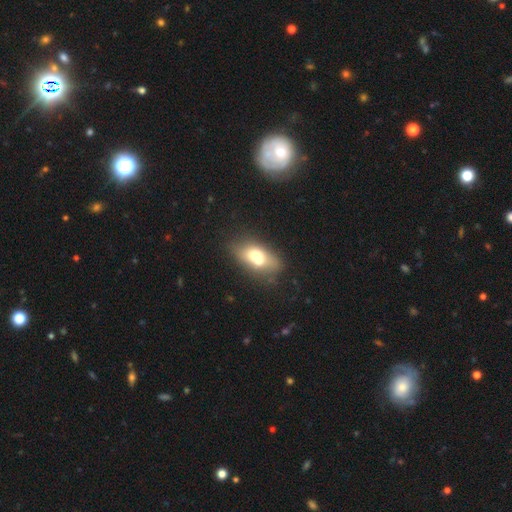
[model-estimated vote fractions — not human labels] Q: Smooth or featured?
A: smooth (62%); runner-up: featured or disk (29%)
Q: How rounded?
A: in between (80%); runner-up: round (14%)
Q: Merging?
A: merger (43%); runner-up: none (37%)